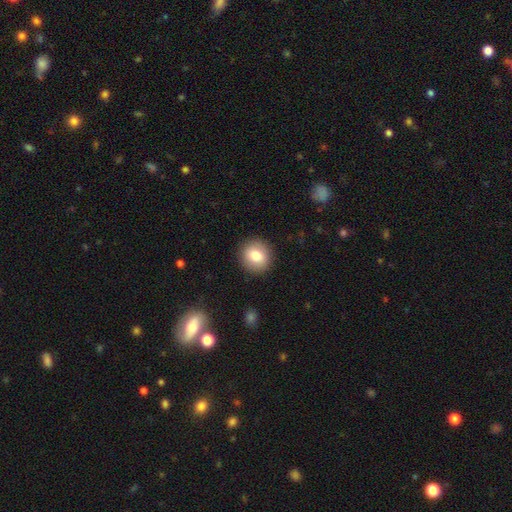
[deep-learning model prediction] The model was most divided on "smooth or featured": smooth: 80%, featured or disk: 12%, star or artifact: 9%. More confident: merging — none (90%); how rounded — round (84%).